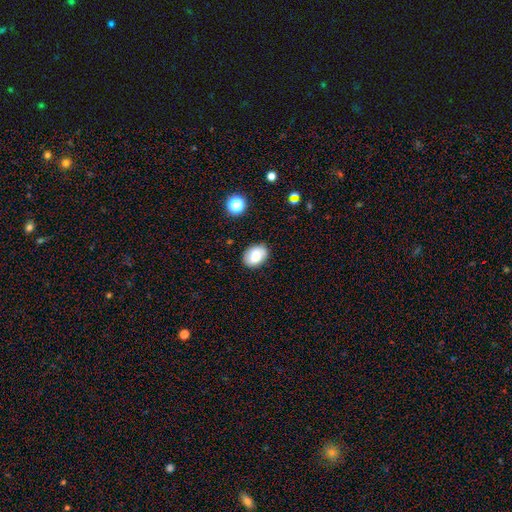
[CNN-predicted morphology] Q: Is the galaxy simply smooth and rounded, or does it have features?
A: smooth — 78%.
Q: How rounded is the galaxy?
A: in between — 74%.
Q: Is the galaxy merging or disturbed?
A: none — 83%.